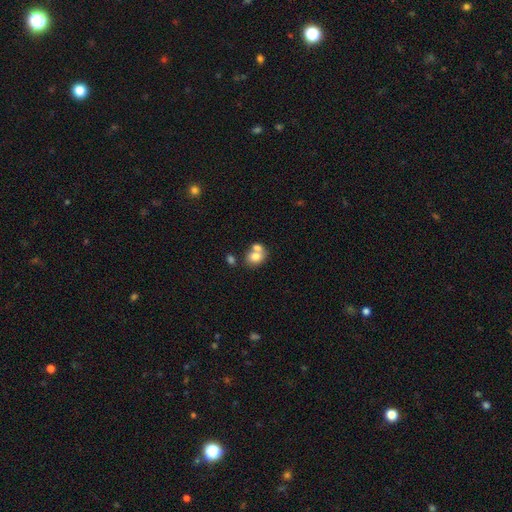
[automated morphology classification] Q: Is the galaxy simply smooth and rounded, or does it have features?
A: smooth — 75%.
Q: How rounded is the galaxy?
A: in between — 53%.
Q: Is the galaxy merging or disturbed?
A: merger — 51%.